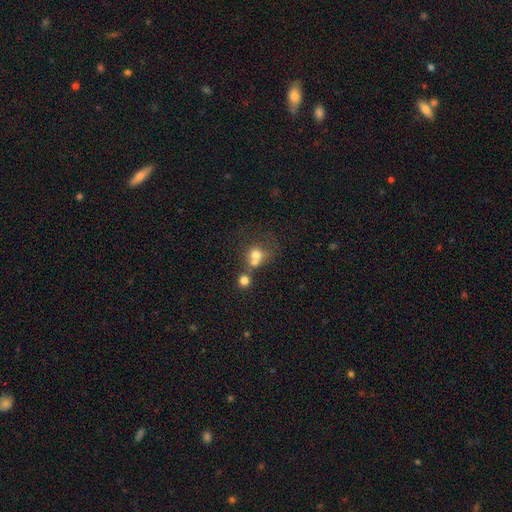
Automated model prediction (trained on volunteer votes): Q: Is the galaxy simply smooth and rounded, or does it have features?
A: smooth — 69%.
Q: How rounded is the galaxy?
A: round — 78%.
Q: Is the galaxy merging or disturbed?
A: merger — 50%.